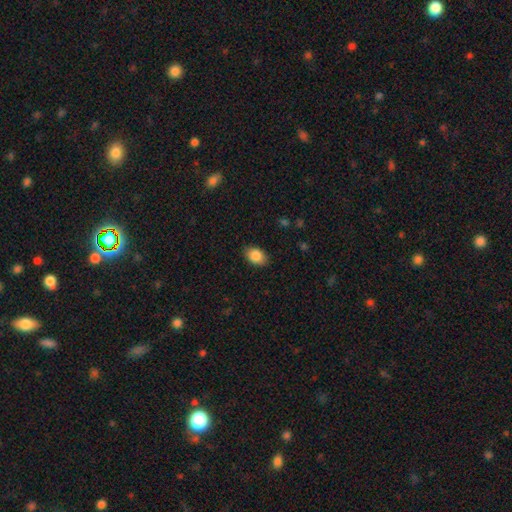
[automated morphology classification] smooth-or-featured: smooth: 87% | star or artifact: 7% | featured or disk: 6%
  how-rounded: in between: 85% | round: 14% | cigar-shaped: 1%
  merging: none: 86% | minor disturbance: 10% | major disturbance: 2% | merger: 1%